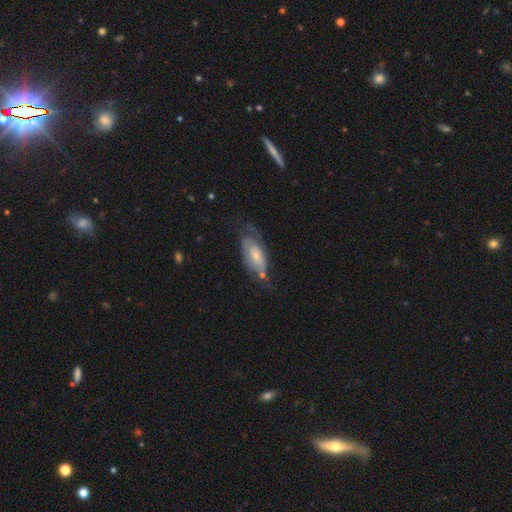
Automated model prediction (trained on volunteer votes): Morphology: type=featured or disk (58%); edge-on=no (89%); bar=no (63%); spiral arms=yes (76%); bulge=small (39%); merging=none (45%).